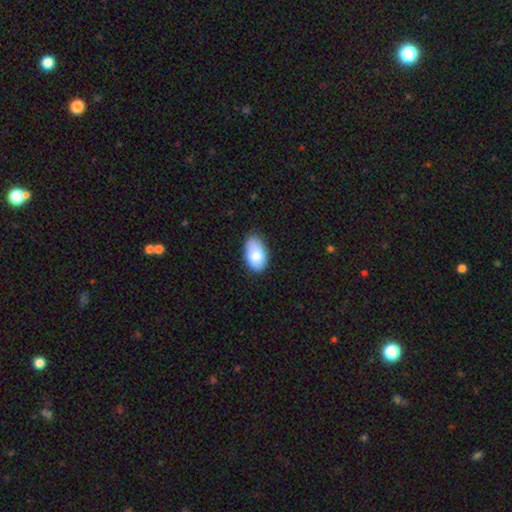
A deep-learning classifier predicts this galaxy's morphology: Smooth or featured? smooth (83%)
How rounded? in between (94%)
Merging? none (69%)